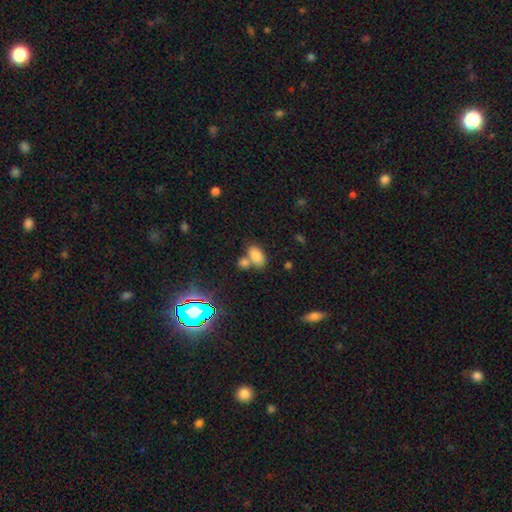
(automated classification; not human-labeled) Smooth or featured: smooth — 79% (star or artifact — 13%)
How rounded: in between — 90% (round — 7%)
Merging: none — 50% (merger — 34%)